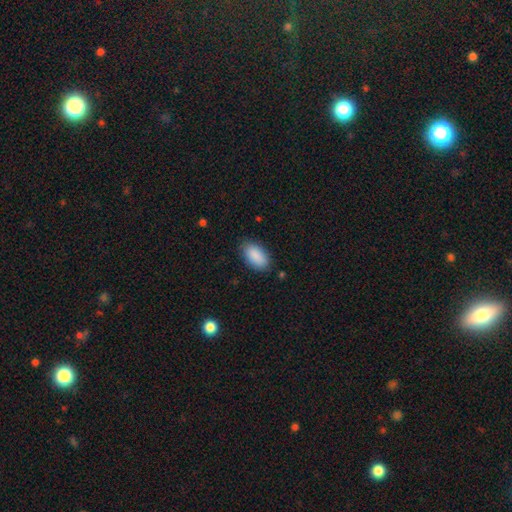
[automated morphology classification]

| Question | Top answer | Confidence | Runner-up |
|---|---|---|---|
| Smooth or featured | smooth | 90% | star or artifact (6%) |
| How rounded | in between | 94% | round (3%) |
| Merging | none | 84% | minor disturbance (12%) |